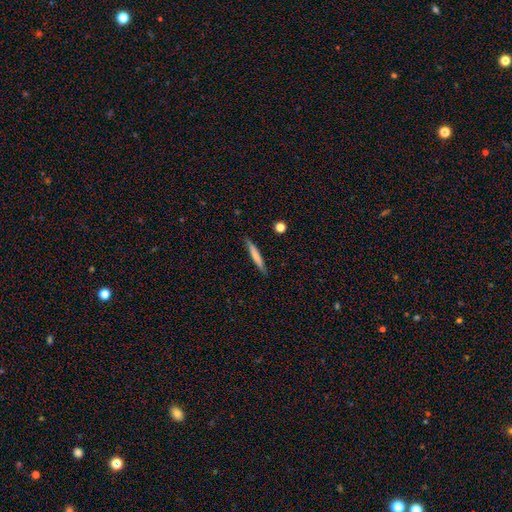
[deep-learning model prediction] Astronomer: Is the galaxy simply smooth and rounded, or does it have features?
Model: smooth — 67%.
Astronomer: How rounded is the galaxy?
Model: cigar-shaped — 95%.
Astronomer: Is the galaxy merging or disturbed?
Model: none — 89%.